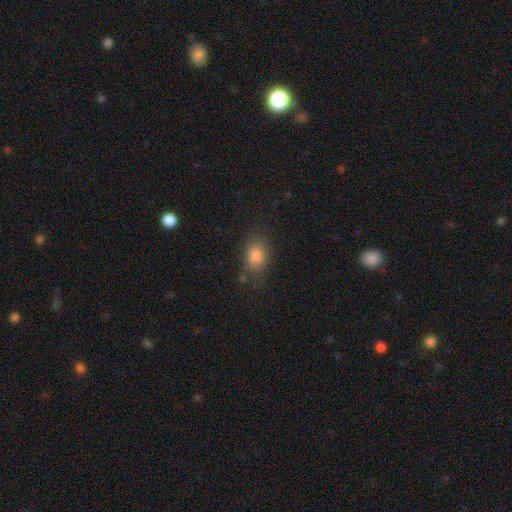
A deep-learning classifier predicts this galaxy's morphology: Smooth or featured? smooth (81%)
How rounded? in between (75%)
Merging? none (77%)